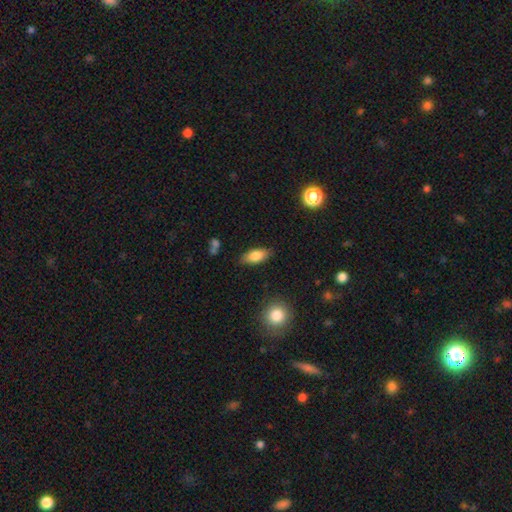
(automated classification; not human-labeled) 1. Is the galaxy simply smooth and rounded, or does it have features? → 81% smooth, 12% featured or disk, 7% star or artifact.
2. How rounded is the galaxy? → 84% in between, 13% cigar-shaped, 3% round.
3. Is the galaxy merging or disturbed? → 84% none, 12% minor disturbance, 3% major disturbance, 2% merger.